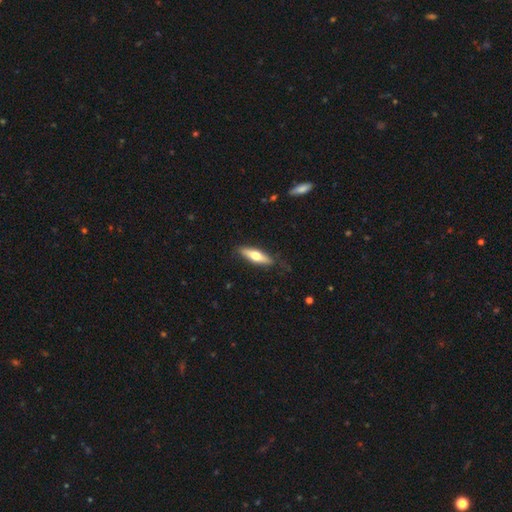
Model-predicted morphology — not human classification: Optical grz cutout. It shows a smooth galaxy with no disk features (58%) that is cigar-shaped (62%). Merging: none (81%).